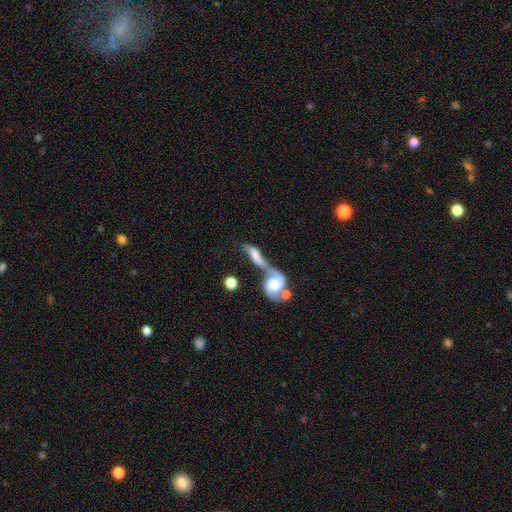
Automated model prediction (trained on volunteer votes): This is possibly a featured or disk galaxy (59%). It is likely not viewed edge-on (80%). Merging: likely merger (70%).